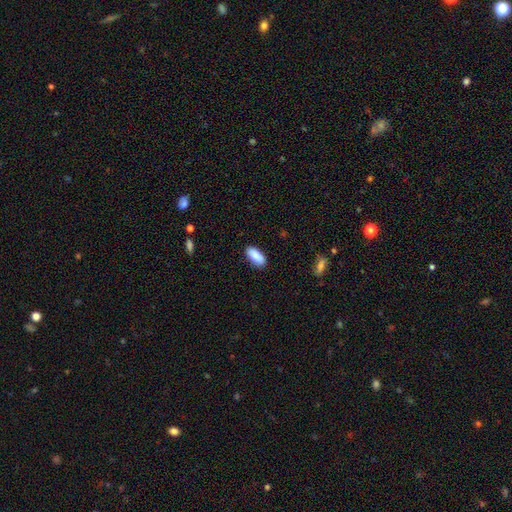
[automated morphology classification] Smooth or featured: smooth — 89% (star or artifact — 6%)
How rounded: in between — 85% (cigar-shaped — 13%)
Merging: none — 86% (minor disturbance — 11%)